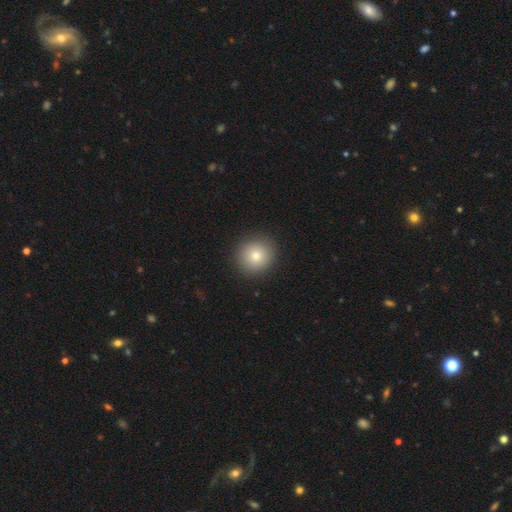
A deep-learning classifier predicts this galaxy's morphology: Smooth or featured?
  - smooth: 80% *
  - star or artifact: 11%
  - featured or disk: 9%
How rounded?
  - round: 91% *
  - in between: 8%
  - cigar-shaped: 1%
Merging?
  - none: 92% *
  - minor disturbance: 5%
  - major disturbance: 2%
  - merger: 1%